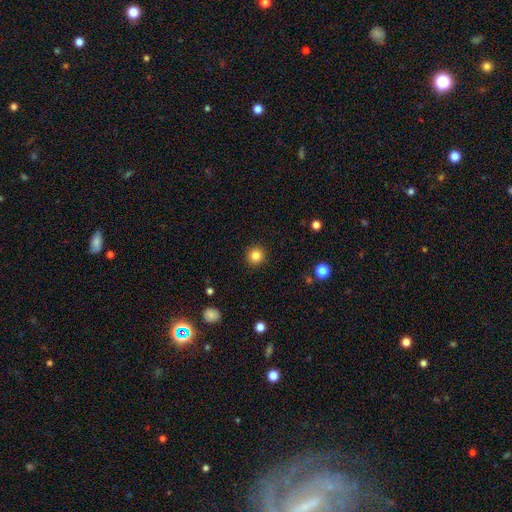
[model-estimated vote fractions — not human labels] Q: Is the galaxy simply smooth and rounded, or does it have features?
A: smooth — 84%.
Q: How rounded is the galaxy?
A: round — 93%.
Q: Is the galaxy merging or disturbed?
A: none — 92%.